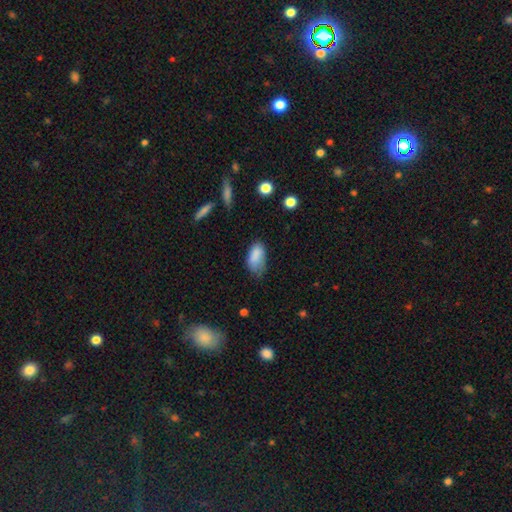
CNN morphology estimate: This is clearly a smooth galaxy (84%). How rounded: clearly in between (93%). Merging: possibly none (50%).